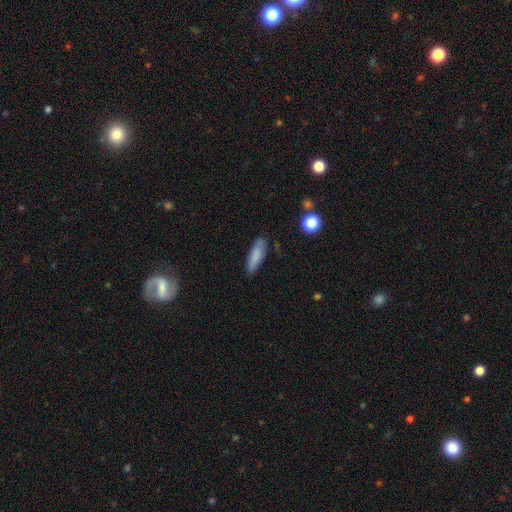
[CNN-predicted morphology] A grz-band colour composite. It shows a smooth galaxy with no disk features (81%) that is cigar-shaped (56%). Merging: none (78%).